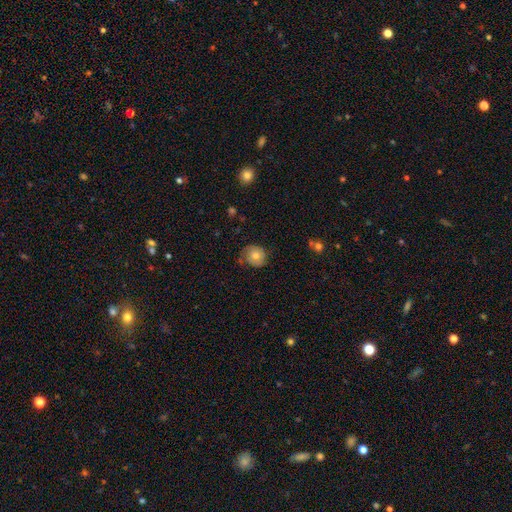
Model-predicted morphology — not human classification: smooth 67%, featured or disk 24%, star or artifact 9%. Down the decision tree: how rounded — round (84%); merging — none (66%).